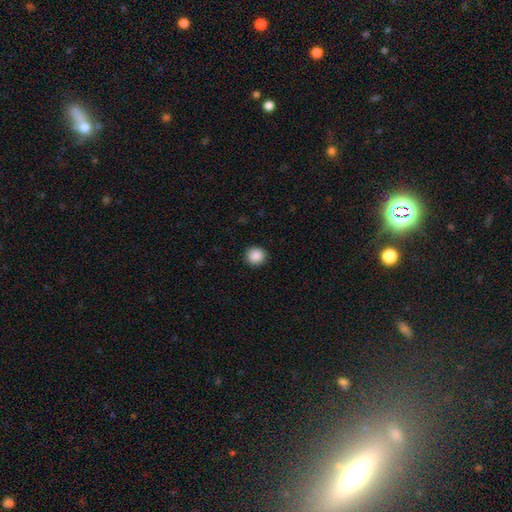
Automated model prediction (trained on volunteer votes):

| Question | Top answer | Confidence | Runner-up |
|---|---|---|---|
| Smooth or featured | smooth | 89% | star or artifact (9%) |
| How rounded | round | 91% | in between (9%) |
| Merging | none | 91% | minor disturbance (6%) |